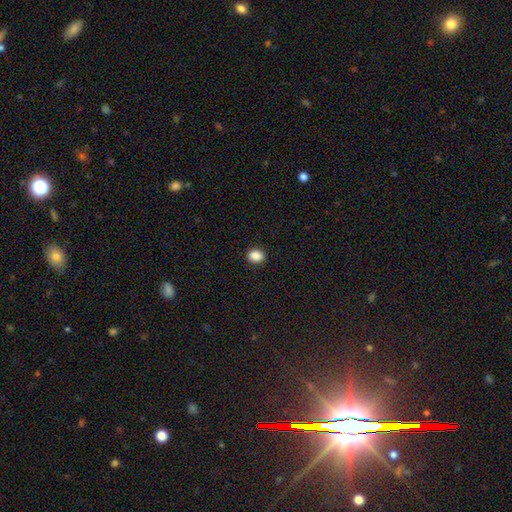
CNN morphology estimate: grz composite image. It shows a smooth galaxy with no disk features (88%) that is in between round and cigar-shaped (55%). Merging: none (91%).